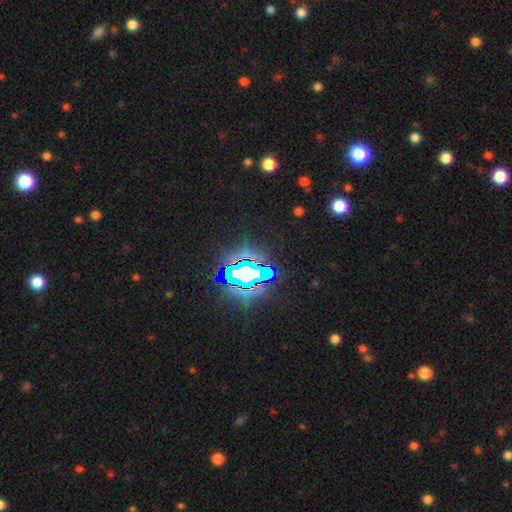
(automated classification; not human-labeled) This appears to be a star or artifact, not a galaxy (83%).